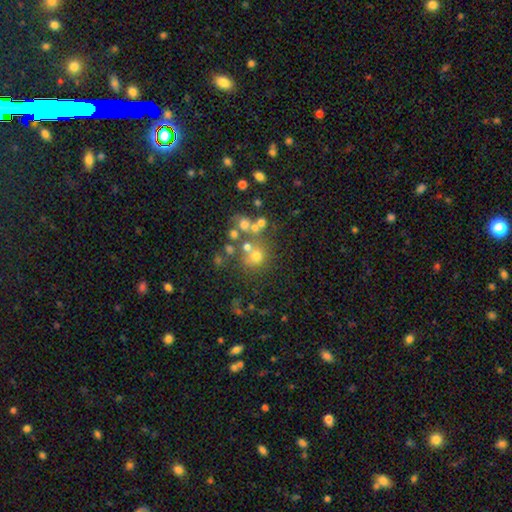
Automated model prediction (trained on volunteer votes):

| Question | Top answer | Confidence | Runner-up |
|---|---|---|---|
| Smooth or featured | smooth | 55% | star or artifact (23%) |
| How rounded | round | 86% | in between (13%) |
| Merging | none | 54% | merger (28%) |